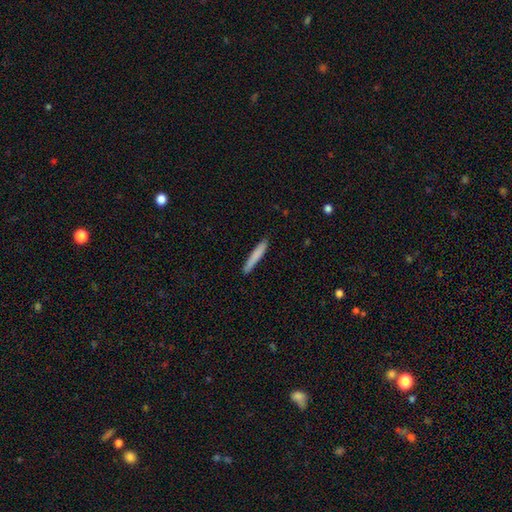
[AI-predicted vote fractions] Smooth or featured? Predicted: smooth (p=0.79). How rounded? Predicted: cigar-shaped (p=0.95). Merging? Predicted: none (p=0.89).